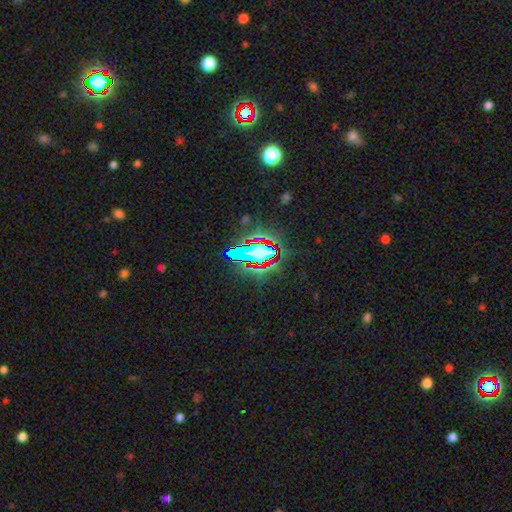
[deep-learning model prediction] This is likely a star or artifact rather than a galaxy (63%).